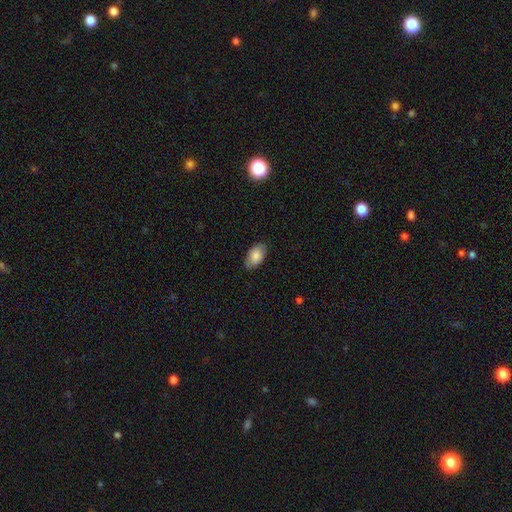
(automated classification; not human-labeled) This is clearly a smooth galaxy (85%). How rounded: clearly in between (93%). Merging: clearly none (81%).